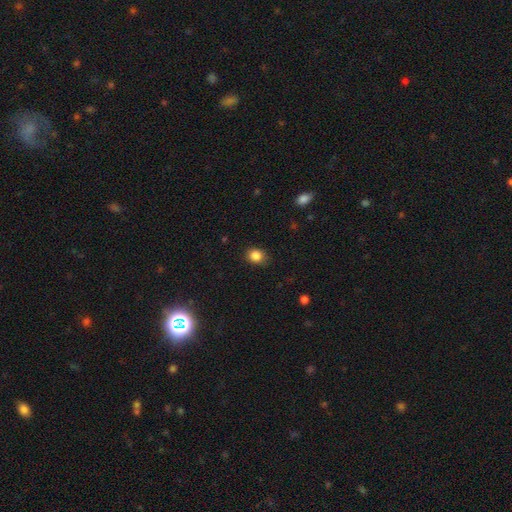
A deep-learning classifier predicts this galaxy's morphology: The model was most divided on "how rounded": round: 66%, in between: 34%, cigar-shaped: 1%. More confident: smooth or featured — smooth (85%); merging — none (84%).